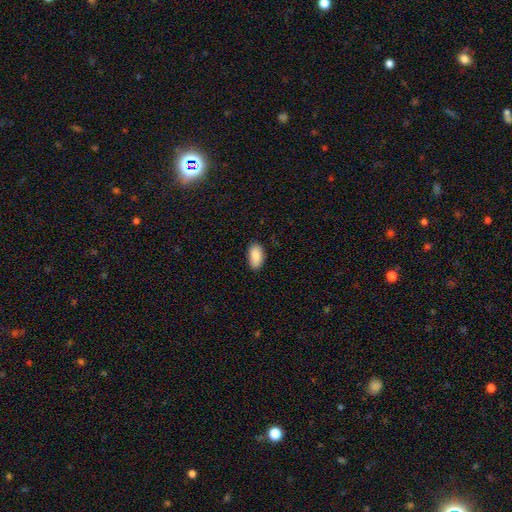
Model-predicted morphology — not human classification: Smooth or featured? Predicted: smooth (p=0.89). How rounded? Predicted: in between (p=0.94). Merging? Predicted: none (p=0.84).